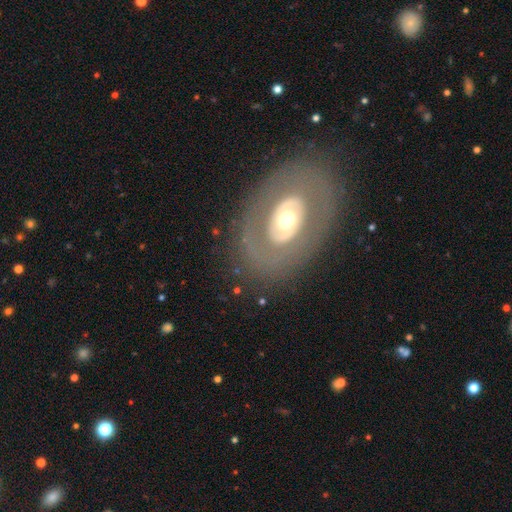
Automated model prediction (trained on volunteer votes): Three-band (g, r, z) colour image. It shows a featured or disk galaxy (64%) with no bar (84%), no spiral arms (84%) and a moderate central bulge (64%). Merging: none (81%).